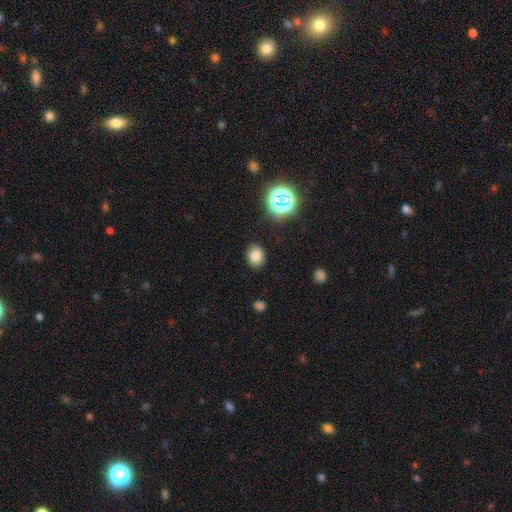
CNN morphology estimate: Smooth or featured? smooth (78%)
How rounded? in between (50%, tied with round)
Merging? none (86%)